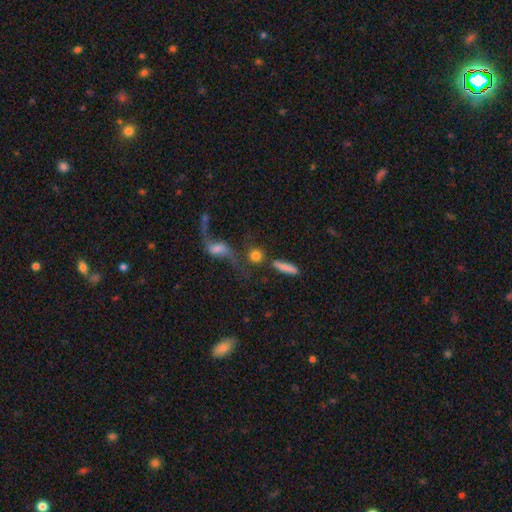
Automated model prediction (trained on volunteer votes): Overall: smooth (69%). How rounded: round (72%). Merging: none (47%; merger 29%).